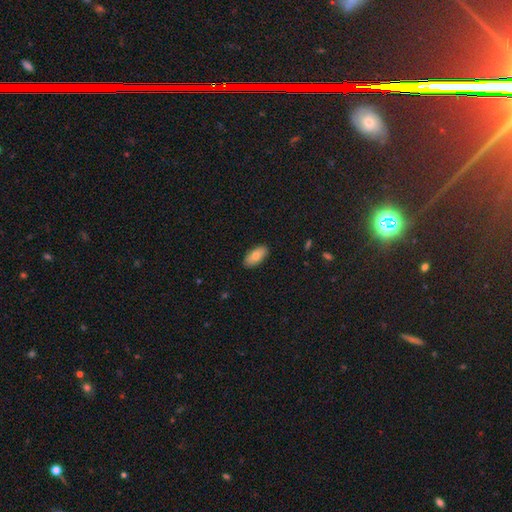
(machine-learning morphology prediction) A smooth galaxy with no disk features (78%) that is in between round and cigar-shaped (91%). Merging: none (89%).